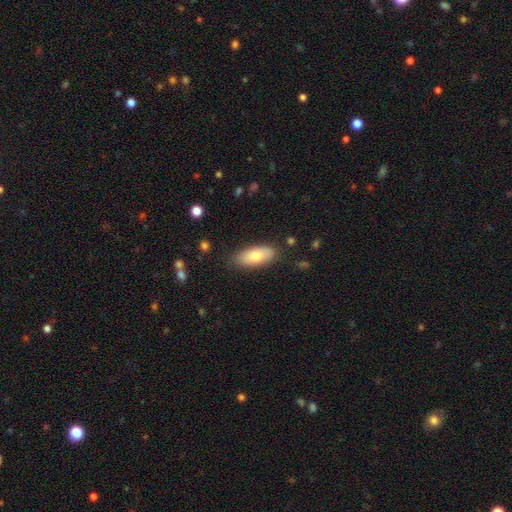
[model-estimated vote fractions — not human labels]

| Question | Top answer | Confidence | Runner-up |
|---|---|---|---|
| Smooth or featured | smooth | 74% | featured or disk (20%) |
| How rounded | in between | 83% | cigar-shaped (14%) |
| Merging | none | 84% | minor disturbance (12%) |